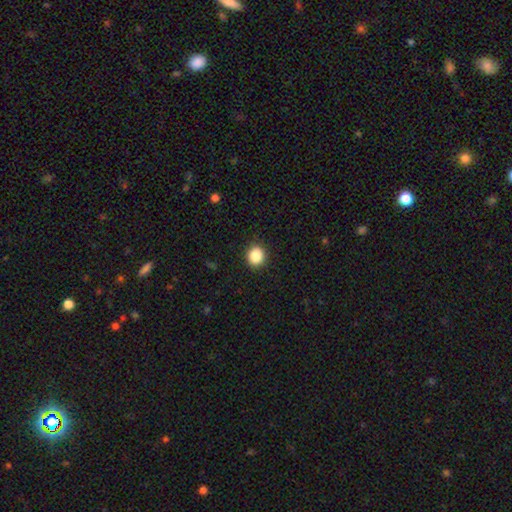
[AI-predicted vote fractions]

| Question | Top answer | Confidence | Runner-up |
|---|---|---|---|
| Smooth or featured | smooth | 87% | star or artifact (9%) |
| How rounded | round | 83% | in between (17%) |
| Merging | none | 91% | minor disturbance (6%) |